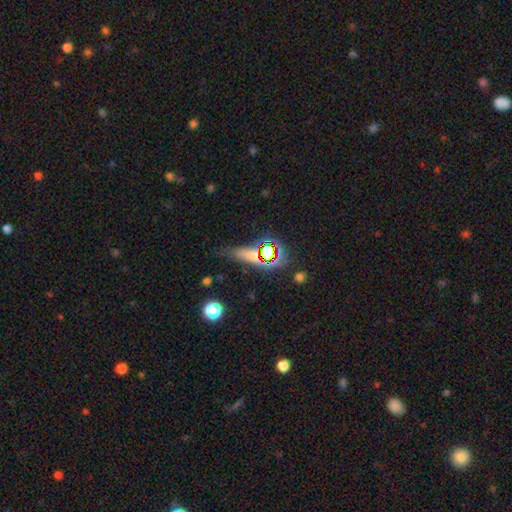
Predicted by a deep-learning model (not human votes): Morphology: type=star or artifact (46%).